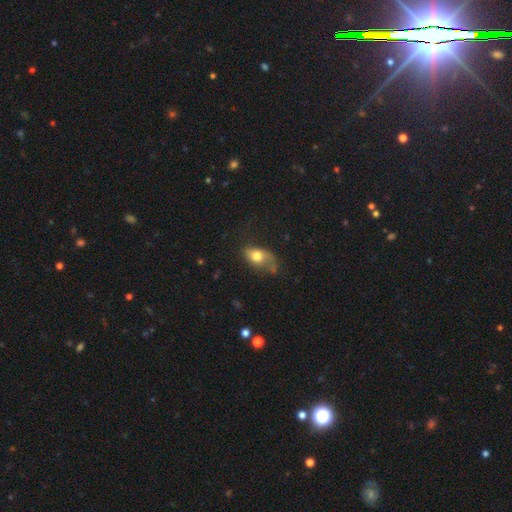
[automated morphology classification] smooth-or-featured: smooth: 69% | featured or disk: 22% | star or artifact: 9%
  how-rounded: in between: 81% | round: 16% | cigar-shaped: 3%
  merging: none: 35% | minor disturbance: 32% | major disturbance: 28% | merger: 5%